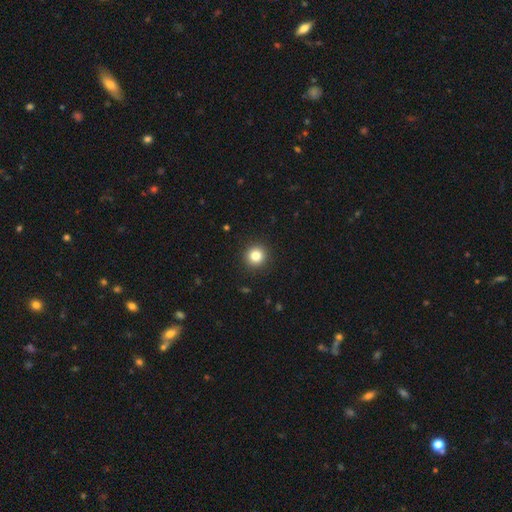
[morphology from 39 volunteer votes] Q: Smooth or featured?
A: smooth (85%); runner-up: featured or disk (8%)
Q: How rounded?
A: round (100%)
Q: Merging?
A: none (92%); runner-up: minor disturbance (6%)